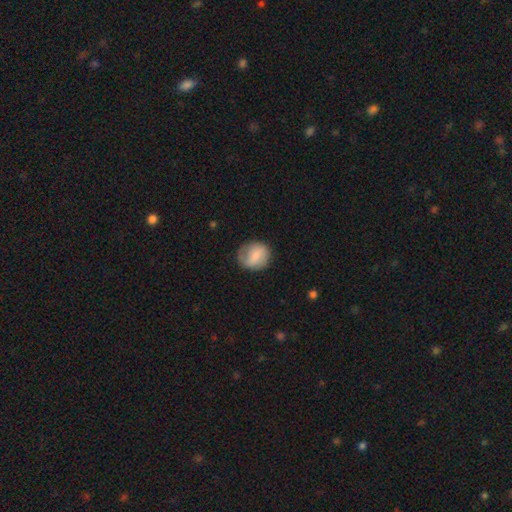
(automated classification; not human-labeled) smooth-or-featured: smooth: 69% | featured or disk: 24% | star or artifact: 7%
  how-rounded: round: 75% | in between: 24% | cigar-shaped: 1%
  merging: none: 75% | minor disturbance: 18% | major disturbance: 6% | merger: 1%